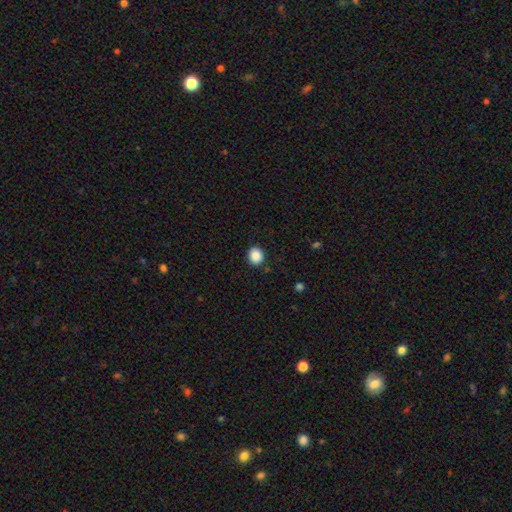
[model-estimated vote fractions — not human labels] Q: Smooth or featured?
A: smooth (88%); runner-up: star or artifact (9%)
Q: How rounded?
A: round (71%); runner-up: in between (28%)
Q: Merging?
A: none (89%); runner-up: minor disturbance (7%)